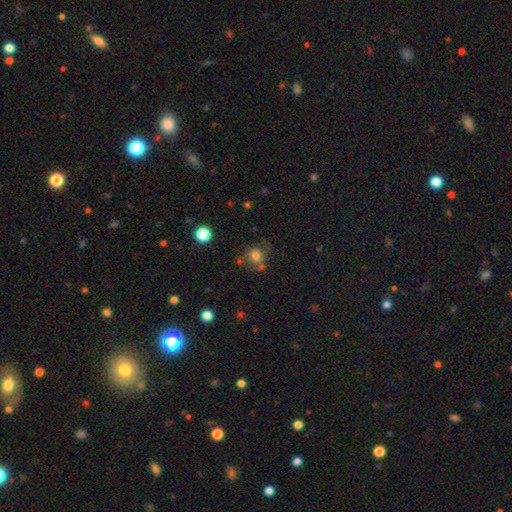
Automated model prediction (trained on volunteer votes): smooth-or-featured: smooth: 72% | featured or disk: 16% | star or artifact: 12%
  how-rounded: round: 81% | in between: 18% | cigar-shaped: 1%
  merging: none: 58% | minor disturbance: 19% | merger: 13% | major disturbance: 10%